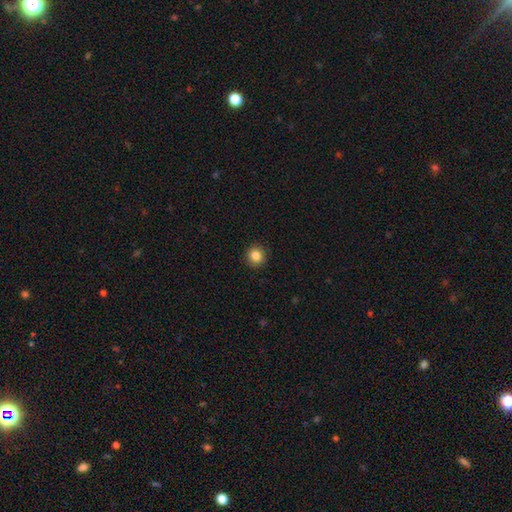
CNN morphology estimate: smooth 85%, star or artifact 10%, featured or disk 5%. Down the decision tree: how rounded — round (93%); merging — none (92%).